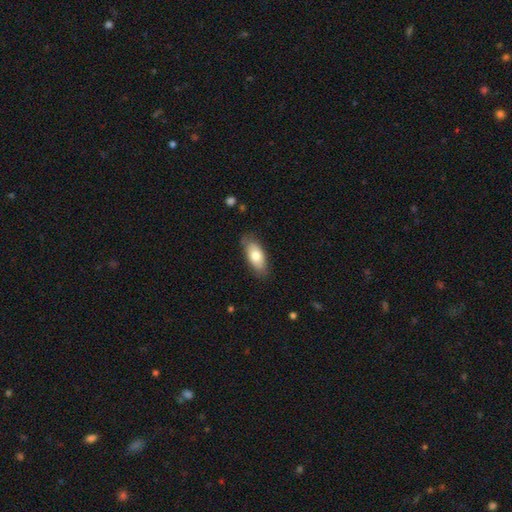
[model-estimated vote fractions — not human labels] Smooth or featured?
  - smooth: 74% *
  - featured or disk: 20%
  - star or artifact: 6%
How rounded?
  - in between: 86% *
  - cigar-shaped: 11%
  - round: 3%
Merging?
  - none: 79% *
  - minor disturbance: 17%
  - major disturbance: 3%
  - merger: 1%